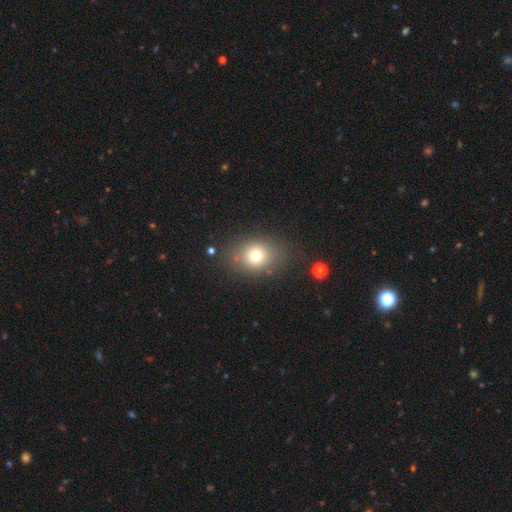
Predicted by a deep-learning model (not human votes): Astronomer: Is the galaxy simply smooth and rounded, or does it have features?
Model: smooth — 74%.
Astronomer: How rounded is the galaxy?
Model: round — 52% (runner-up: in between, 47%).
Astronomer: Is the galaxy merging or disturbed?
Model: none — 79%.